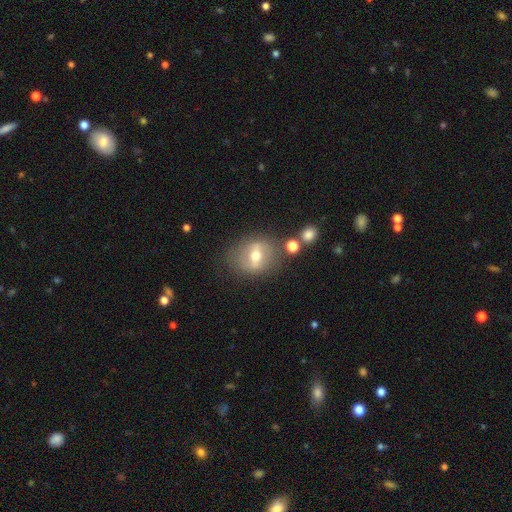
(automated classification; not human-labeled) The model was most divided on "bar": strong: 52%, weak: 33%, no: 16%. More confident: edge-on disk — no (86%); bulge size — moderate (74%); spiral arms — no (73%); merging — none (73%); smooth or featured — featured or disk (59%).